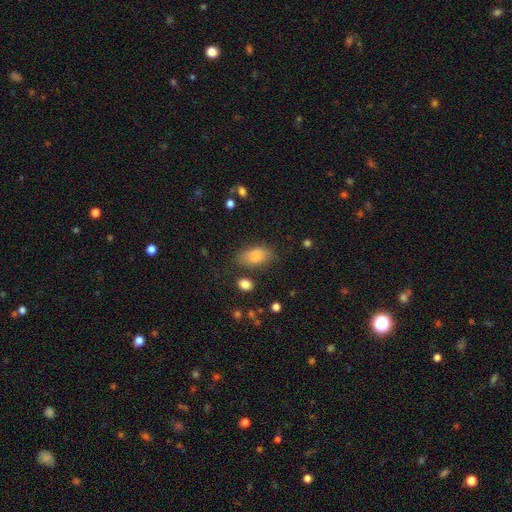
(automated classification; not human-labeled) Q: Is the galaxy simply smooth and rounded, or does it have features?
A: smooth — 80%.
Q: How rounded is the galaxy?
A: in between — 90%.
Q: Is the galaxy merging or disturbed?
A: none — 76%.